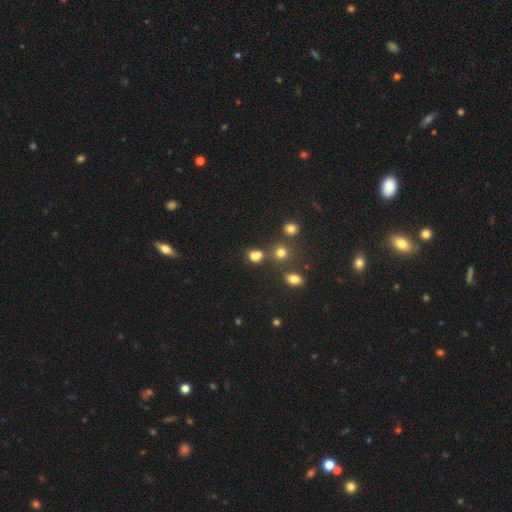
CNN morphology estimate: smooth-or-featured: smooth: 76% | star or artifact: 17% | featured or disk: 6%
  how-rounded: in between: 51% | round: 47% | cigar-shaped: 2%
  merging: none: 60% | merger: 19% | minor disturbance: 15% | major disturbance: 6%